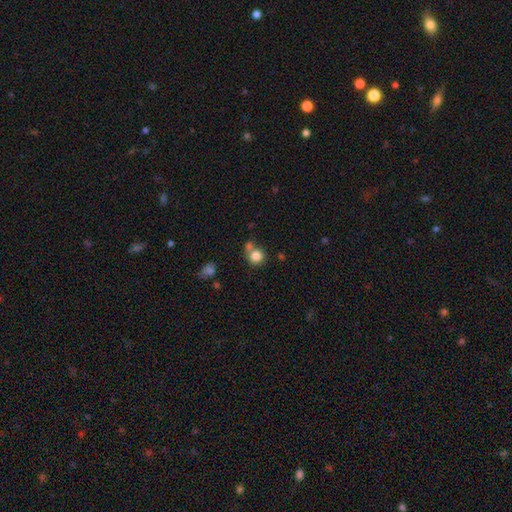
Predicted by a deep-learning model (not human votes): This appears to be a smooth galaxy with no disk features (83%) that is round (88%). Merging: none (55%).